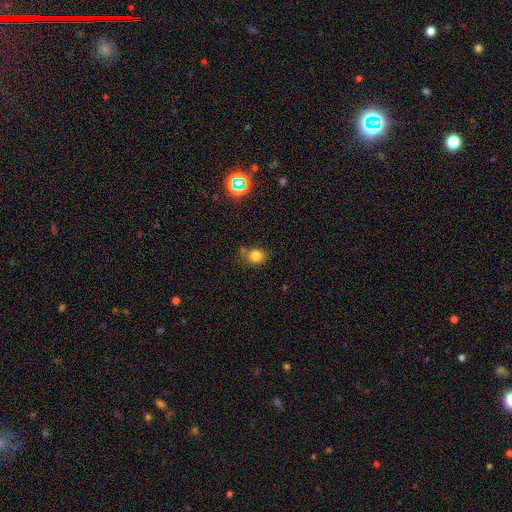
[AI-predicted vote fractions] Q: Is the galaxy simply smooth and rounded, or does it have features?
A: smooth — 80%.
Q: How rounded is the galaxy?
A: round — 70%.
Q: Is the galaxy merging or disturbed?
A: none — 70%.